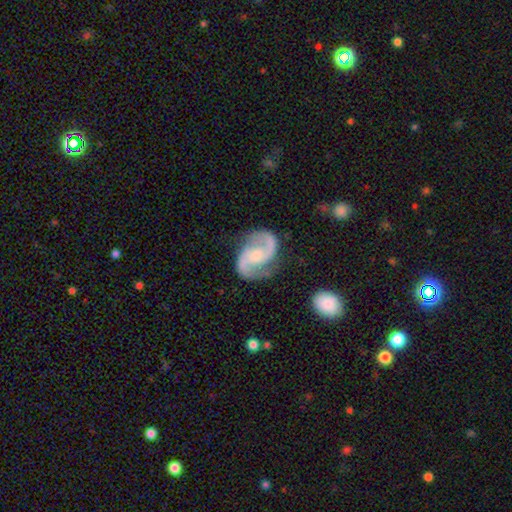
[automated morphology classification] Smooth or featured? featured or disk (92%)
Edge-on disk? no (98%)
Bar? no (51%)
Spiral arms? yes (98%)
Spiral winding? medium (61%)
Spiral arm count? 2 (94%)
Bulge size? small (44%)
Merging? none (79%)